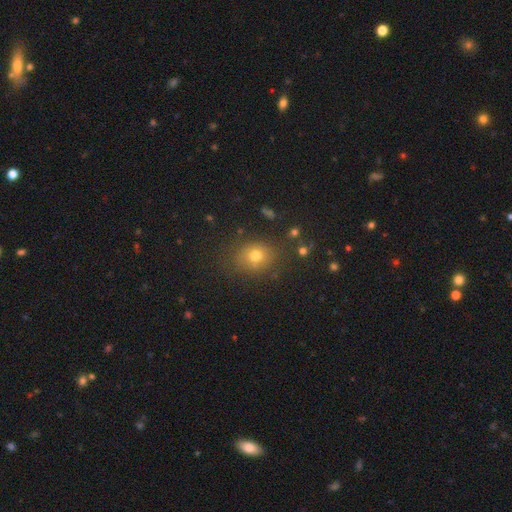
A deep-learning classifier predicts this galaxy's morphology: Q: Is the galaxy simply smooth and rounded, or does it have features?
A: smooth — 72%.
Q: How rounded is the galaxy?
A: round — 60%.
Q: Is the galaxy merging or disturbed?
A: none — 81%.